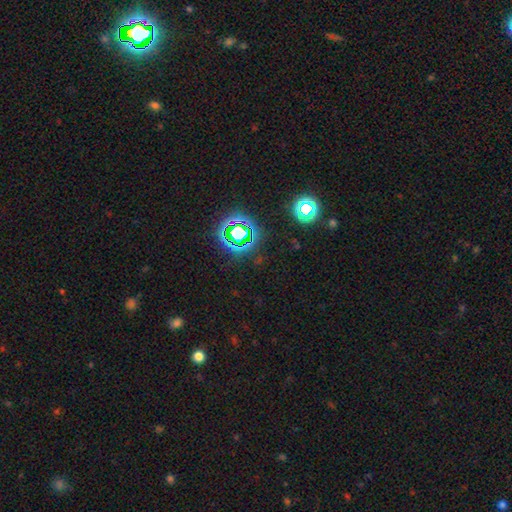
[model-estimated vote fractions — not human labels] Smooth or featured? Predicted: star or artifact (p=0.76).